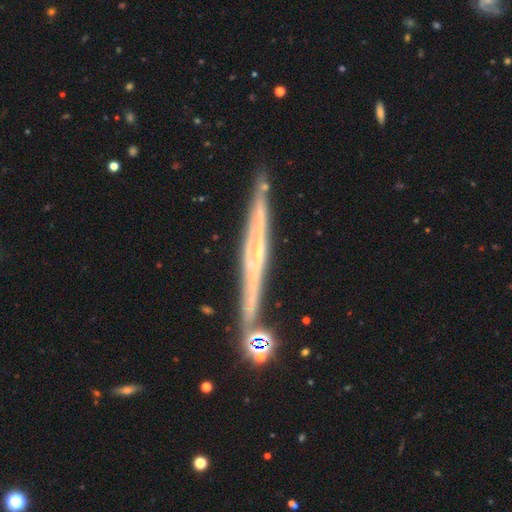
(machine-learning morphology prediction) smooth_or_featured: featured or disk (p=0.75) [alt: smooth p=0.17]
disk_edge_on: yes (p=0.95) [alt: no p=0.05]
edge_on_bulge: none (p=0.69) [alt: rounded p=0.23]
merging: none (p=0.80) [alt: minor disturbance p=0.12]